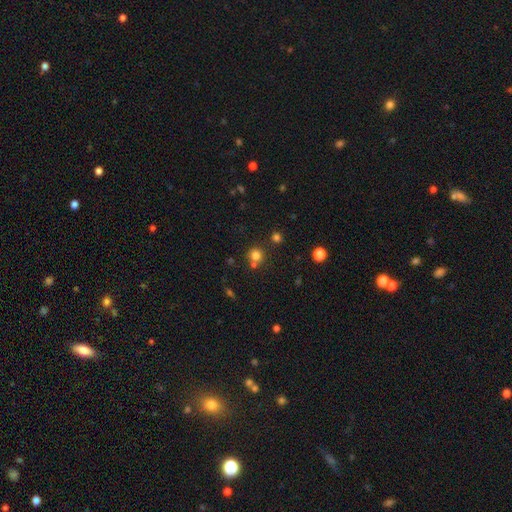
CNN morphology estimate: Q: Smooth or featured?
A: smooth (76%); runner-up: star or artifact (17%)
Q: How rounded?
A: round (91%); runner-up: in between (8%)
Q: Merging?
A: none (69%); runner-up: merger (21%)